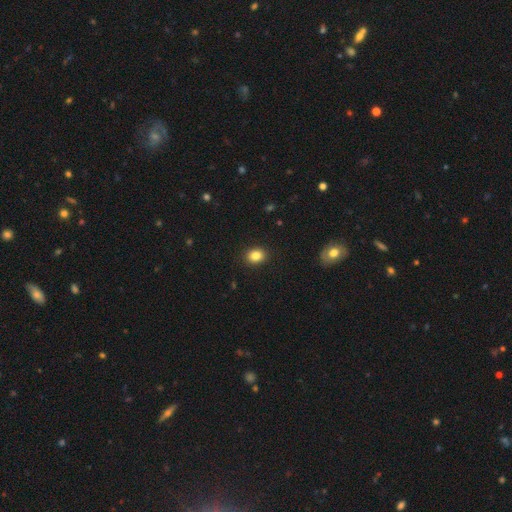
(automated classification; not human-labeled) Smooth or featured? smooth (85%)
How rounded? in between (51%)
Merging? none (90%)